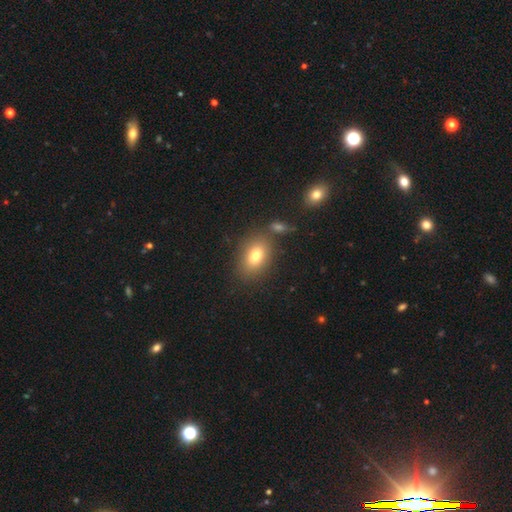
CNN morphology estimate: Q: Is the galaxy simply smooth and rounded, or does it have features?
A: smooth — 79%.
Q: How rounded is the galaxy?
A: in between — 82%.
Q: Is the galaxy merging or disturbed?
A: none — 75%.